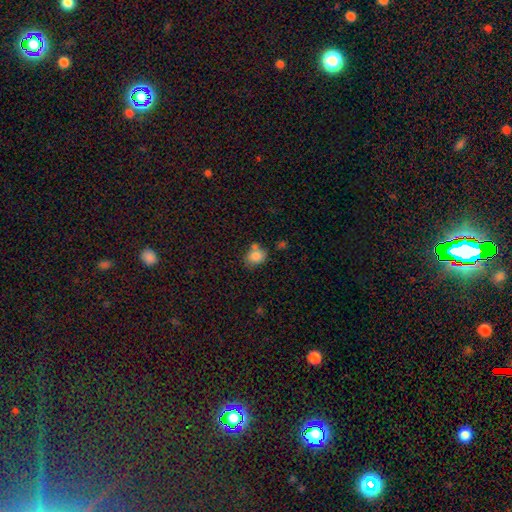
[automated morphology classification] smooth 83%, star or artifact 10%, featured or disk 8%. Down the decision tree: how rounded — round (55%); merging — none (55%).